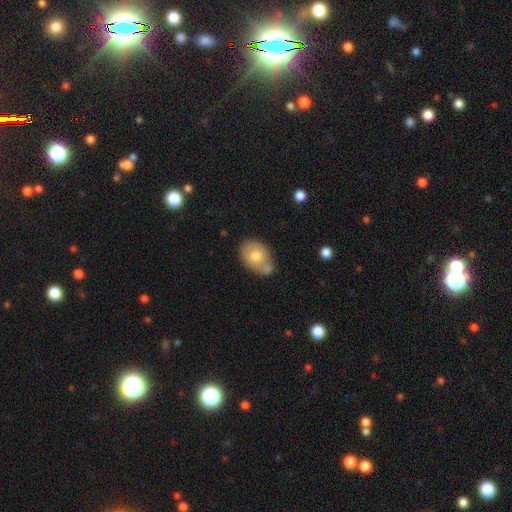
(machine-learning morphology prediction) A smooth galaxy with no disk features (70%) that is in between round and cigar-shaped (71%).

Vote fractions:
- Smooth or featured? smooth: 70% / featured or disk: 22% / star or artifact: 8%
- How rounded? in between: 71% / round: 28% / cigar-shaped: 1%
- Merging? none: 46% / merger: 29% / minor disturbance: 19% / major disturbance: 5%